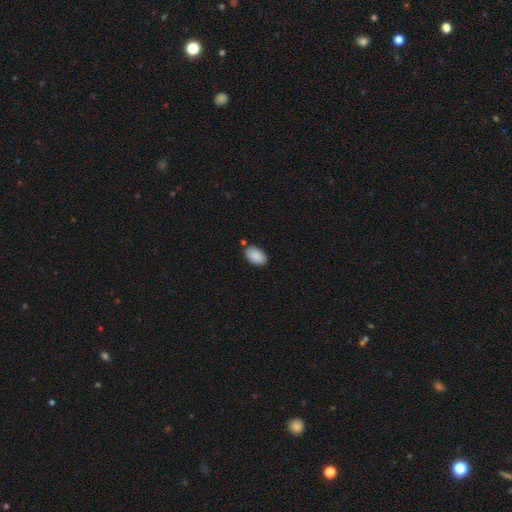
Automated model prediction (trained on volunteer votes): Overall: smooth (90%). How rounded: in between (93%). Merging: none (81%).